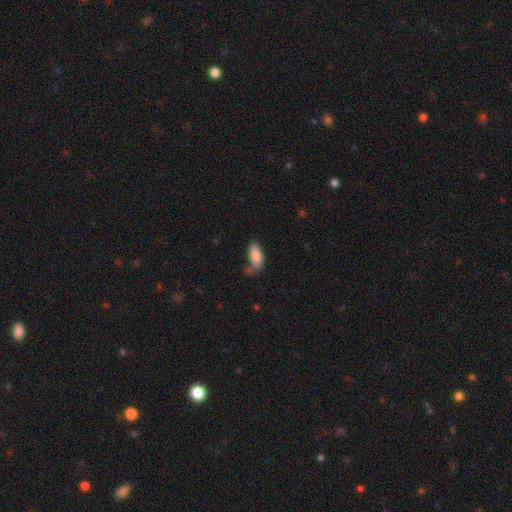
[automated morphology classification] type=smooth (82%); roundness=in between (86%); merging=none (43%).